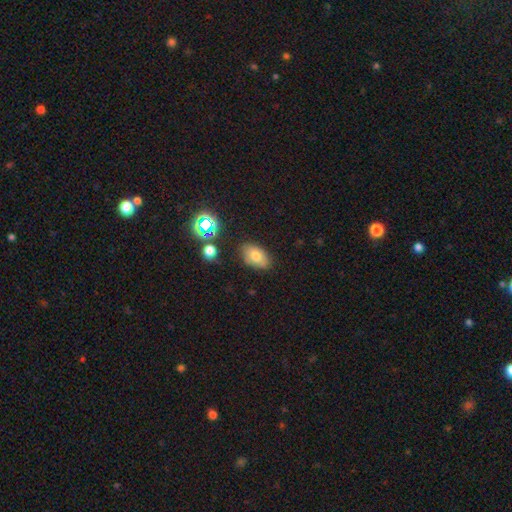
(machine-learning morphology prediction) Smooth or featured? smooth (73%)
How rounded? in between (88%)
Merging? none (78%)